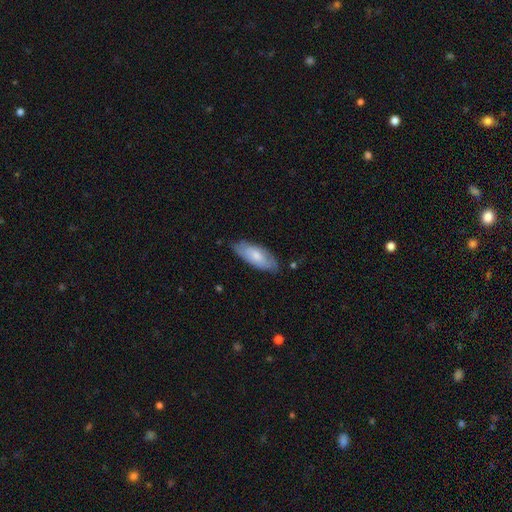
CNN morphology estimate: Q: Smooth or featured?
A: smooth (63%); runner-up: featured or disk (32%)
Q: How rounded?
A: in between (80%); runner-up: cigar-shaped (18%)
Q: Merging?
A: none (72%); runner-up: minor disturbance (23%)